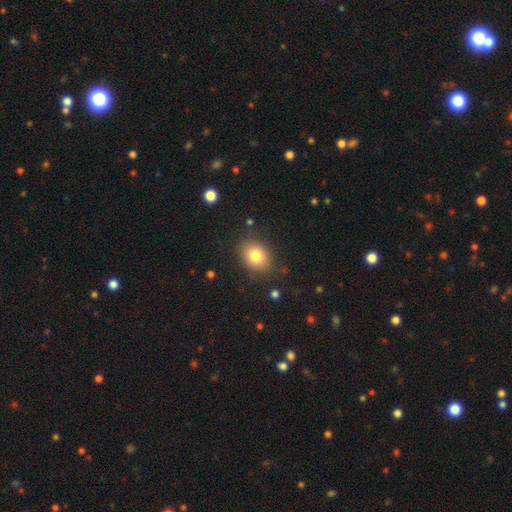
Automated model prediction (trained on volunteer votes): smooth-or-featured: smooth: 79% | featured or disk: 10% | star or artifact: 10%
  how-rounded: in between: 50% | round: 49% | cigar-shaped: 1%
  merging: none: 84% | minor disturbance: 11% | major disturbance: 3% | merger: 2%